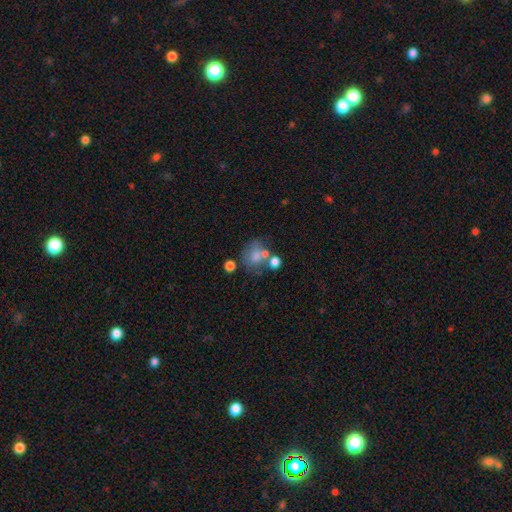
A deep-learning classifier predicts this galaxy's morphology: smooth_or_featured: smooth (p=0.60) [alt: featured or disk p=0.24]
how_rounded: round (p=0.57) [alt: in between p=0.42]
merging: none (p=0.41) [alt: merger p=0.27]